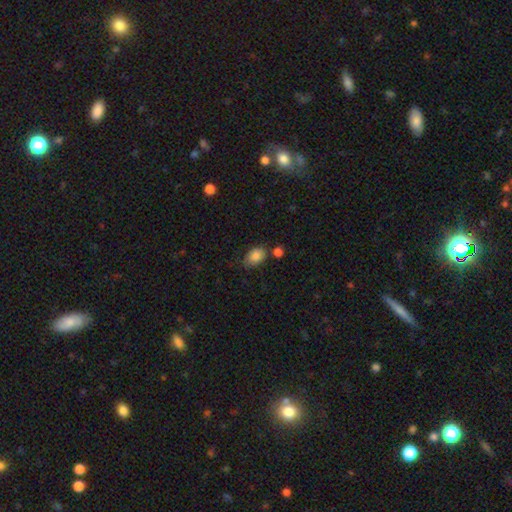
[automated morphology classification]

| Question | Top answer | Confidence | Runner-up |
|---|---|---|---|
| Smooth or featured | smooth | 86% | star or artifact (9%) |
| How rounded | in between | 81% | round (18%) |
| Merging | none | 66% | minor disturbance (20%) |